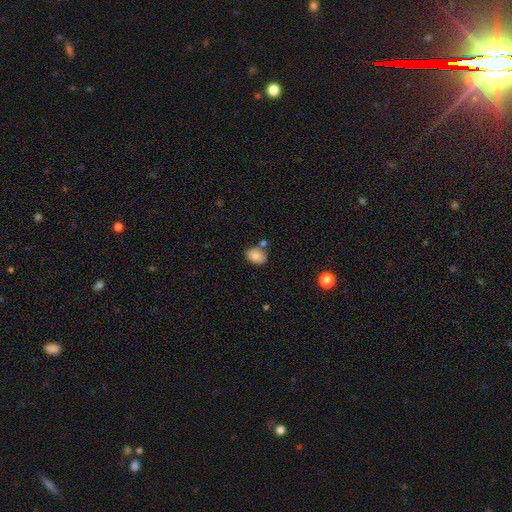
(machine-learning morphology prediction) smooth_or_featured: smooth (p=0.86) [alt: star or artifact p=0.08]
how_rounded: in between (p=0.78) [alt: round p=0.21]
merging: none (p=0.68) [alt: minor disturbance p=0.15]